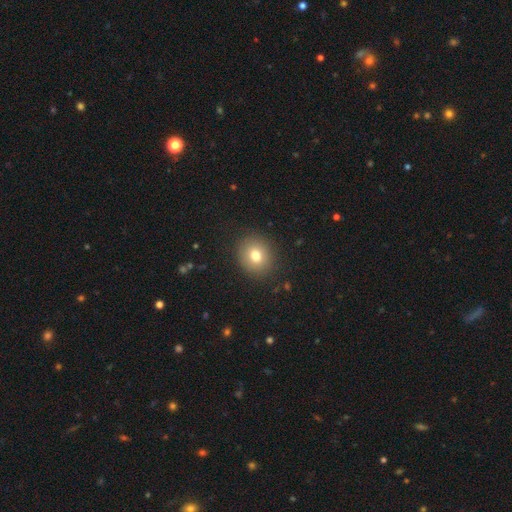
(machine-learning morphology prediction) This is likely a smooth galaxy (77%). How rounded: likely round (79%). Merging: clearly none (89%).